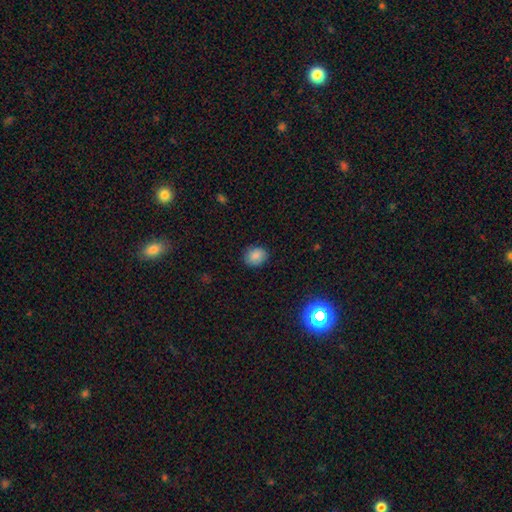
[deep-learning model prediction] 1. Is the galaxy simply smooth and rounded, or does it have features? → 85% smooth, 10% star or artifact, 5% featured or disk.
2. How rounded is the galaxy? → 58% round, 41% in between, 1% cigar-shaped.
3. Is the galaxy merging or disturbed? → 86% none, 11% minor disturbance, 3% major disturbance, 1% merger.